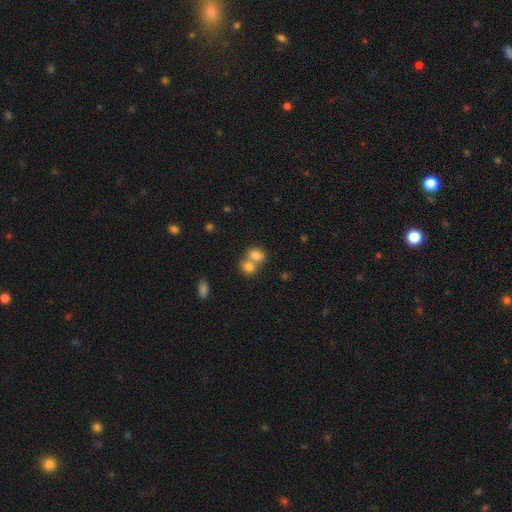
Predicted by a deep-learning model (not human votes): Smooth or featured? Predicted: smooth (p=0.78). How rounded? Predicted: round (p=0.53). Merging? Predicted: merger (p=0.63).